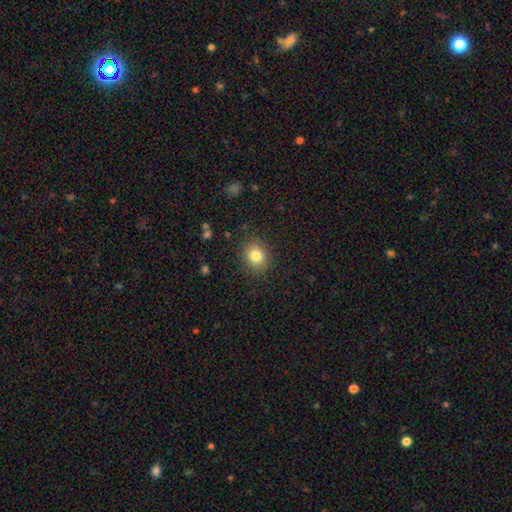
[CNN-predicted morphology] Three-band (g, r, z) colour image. It shows a smooth galaxy with no disk features (82%) that is round (63%). Merging: none (87%).